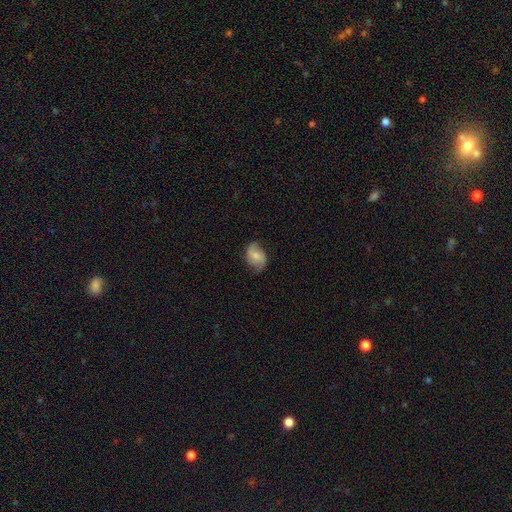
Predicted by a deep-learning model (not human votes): smooth_or_featured: smooth (p=0.53) [alt: featured or disk p=0.40]
how_rounded: in between (p=0.75) [alt: round p=0.24]
merging: none (p=0.67) [alt: minor disturbance p=0.25]